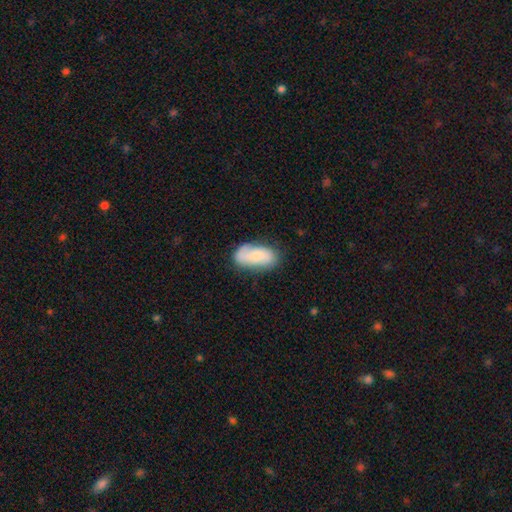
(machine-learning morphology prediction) Overall: smooth (61%; featured or disk 33%). How rounded: in between (92%). Merging: none (71%).